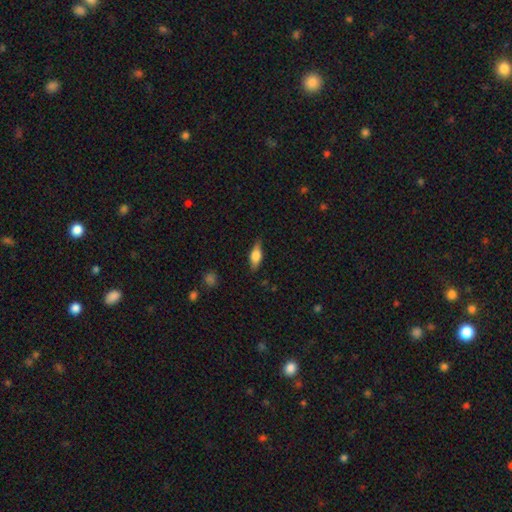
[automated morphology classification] This is likely a smooth galaxy (64%). How rounded: likely in between (67%). Merging: clearly none (82%).